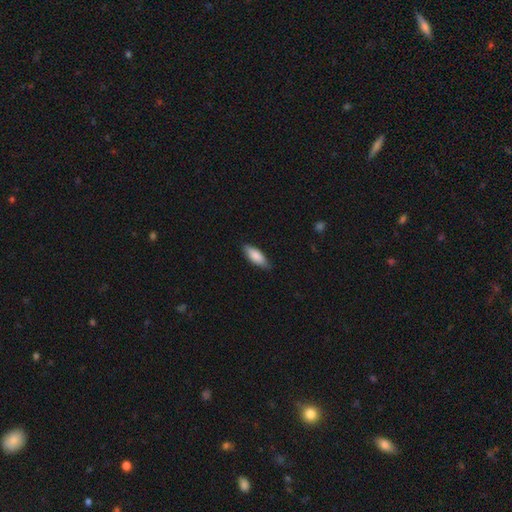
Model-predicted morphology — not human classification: This appears to be a smooth galaxy with no disk features (83%) that is in between round and cigar-shaped (71%). Merging: none (83%).